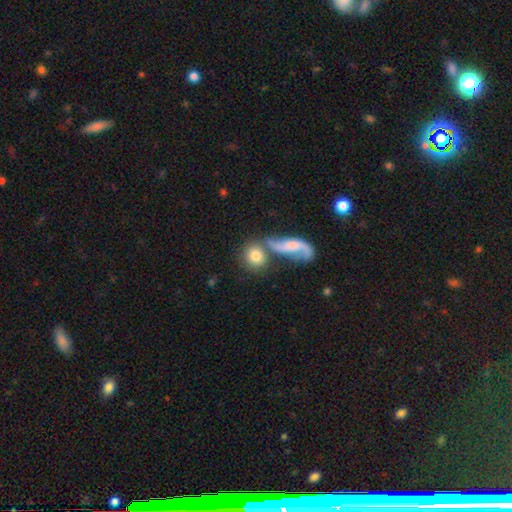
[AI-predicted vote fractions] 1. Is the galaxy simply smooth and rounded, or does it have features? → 76% smooth, 16% featured or disk, 8% star or artifact.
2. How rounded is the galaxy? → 76% round, 20% in between, 4% cigar-shaped.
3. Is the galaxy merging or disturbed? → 48% none, 35% merger, 10% minor disturbance, 7% major disturbance.